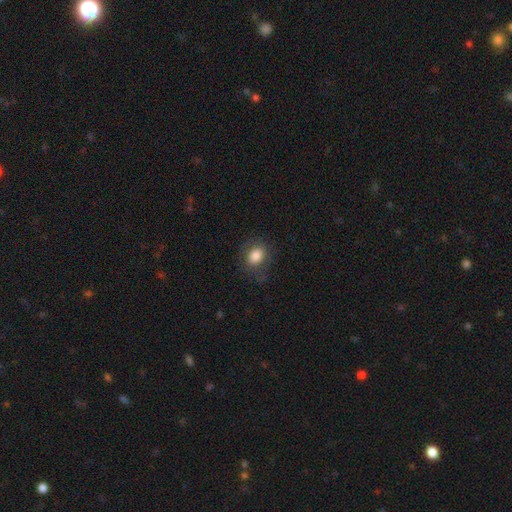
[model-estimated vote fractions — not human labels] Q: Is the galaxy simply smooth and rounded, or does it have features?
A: smooth — 82%.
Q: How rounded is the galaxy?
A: in between — 54%.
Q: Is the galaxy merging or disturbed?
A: none — 73%.